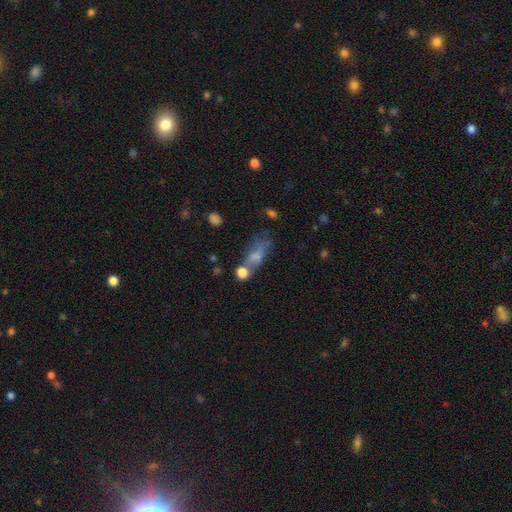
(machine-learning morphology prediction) Smooth or featured? smooth (59%)
How rounded? in between (69%)
Merging? none (36%)